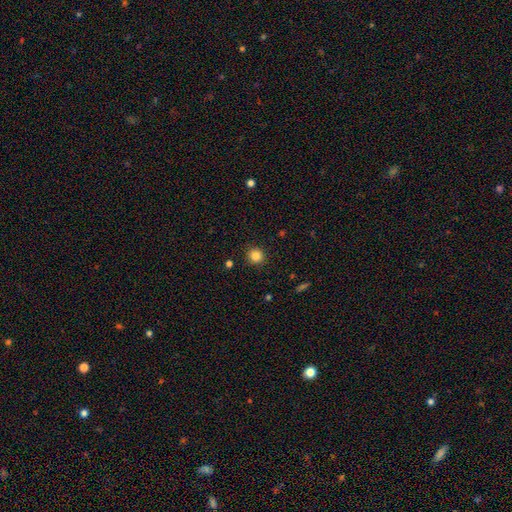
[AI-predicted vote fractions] Smooth or featured? Predicted: smooth (p=0.85). How rounded? Predicted: round (p=0.93). Merging? Predicted: none (p=0.91).